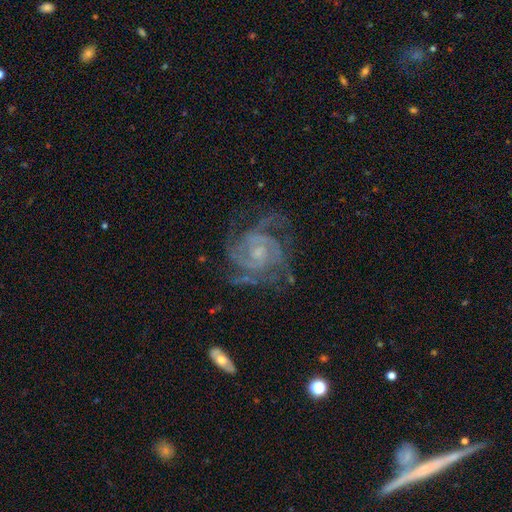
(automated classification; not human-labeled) Morphology: type=featured or disk (84%); edge-on=no (97%); bar=no (64%); spiral arms=yes (98%); winding=tight (59%); arm count=3 (30%); bulge=small (67%); merging=none (75%).